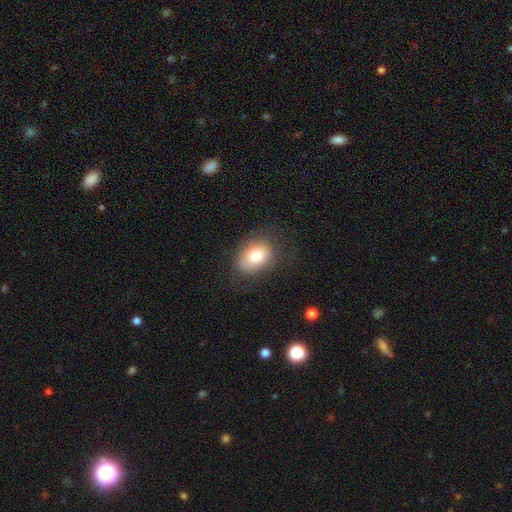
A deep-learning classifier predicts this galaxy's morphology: Smooth or featured? smooth (77%)
How rounded? in between (76%)
Merging? none (76%)